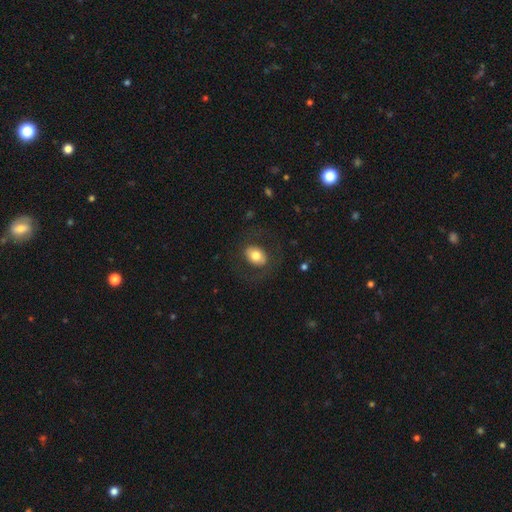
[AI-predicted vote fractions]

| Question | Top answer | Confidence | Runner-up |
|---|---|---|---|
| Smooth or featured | smooth | 69% | featured or disk (23%) |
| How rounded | in between | 70% | round (29%) |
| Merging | none | 76% | minor disturbance (12%) |